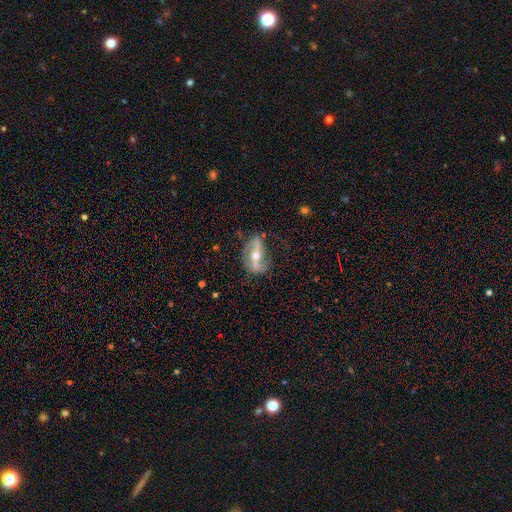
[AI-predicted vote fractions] A featured or disk galaxy (78%) with a strong bar (56%), 2 (85%) loose (62%) spiral arms (80%) and a moderate central bulge (64%). Merging: none (64%).